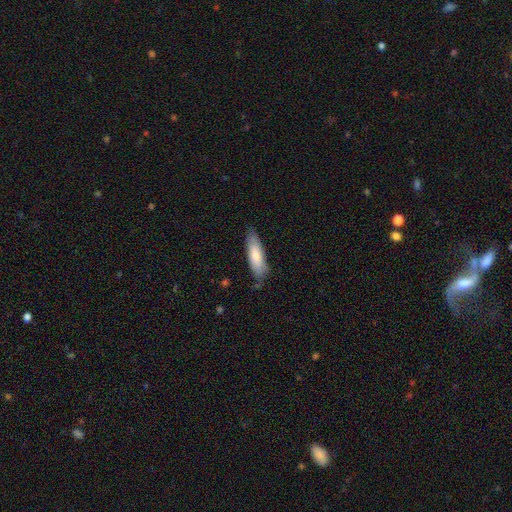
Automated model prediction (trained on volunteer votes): Overall: smooth (81%). How rounded: cigar-shaped (53%; in between 46%). Merging: none (78%).